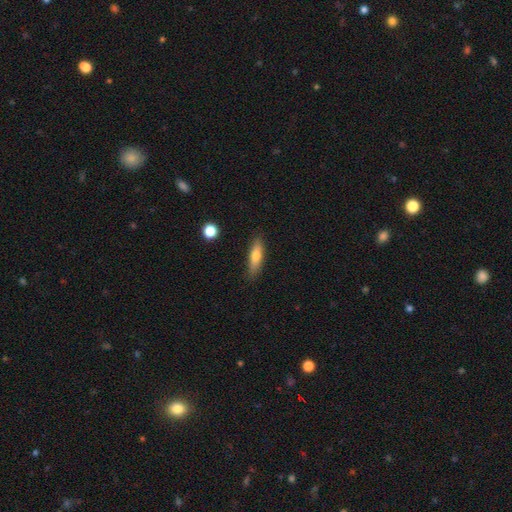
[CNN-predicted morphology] The model was most divided on "how rounded": cigar-shaped: 67%, in between: 31%, round: 2%. More confident: merging — none (85%); smooth or featured — smooth (68%).